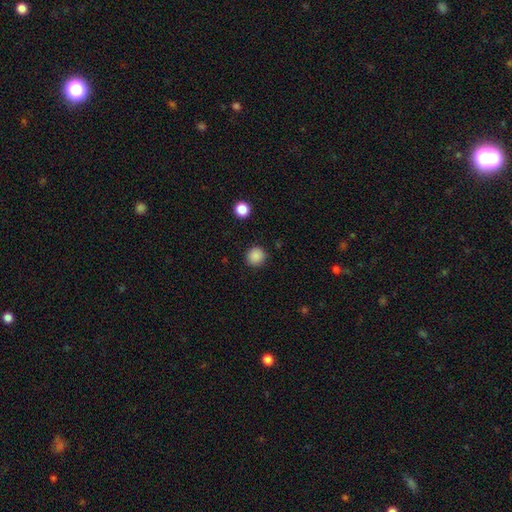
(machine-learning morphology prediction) A smooth galaxy with no disk features (87%) that is round (93%).

Vote fractions:
- Smooth or featured? smooth: 87% / star or artifact: 10% / featured or disk: 3%
- How rounded? round: 93% / in between: 6% / cigar-shaped: 1%
- Merging? none: 90% / minor disturbance: 6% / major disturbance: 2% / merger: 1%